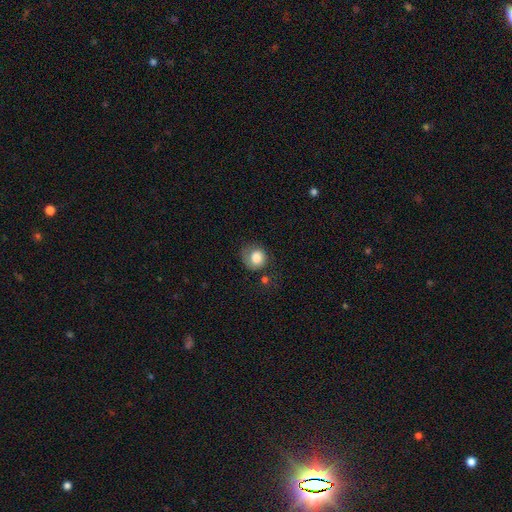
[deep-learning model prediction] Q: Smooth or featured?
A: smooth (77%); runner-up: featured or disk (15%)
Q: How rounded?
A: round (76%); runner-up: in between (24%)
Q: Merging?
A: none (47%); runner-up: minor disturbance (27%)